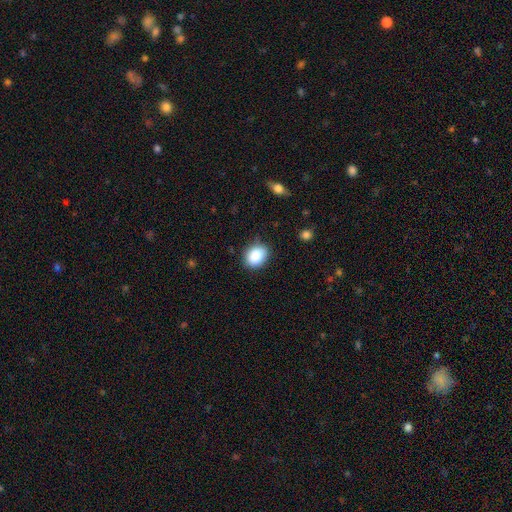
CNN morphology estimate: This appears to be a smooth galaxy with no disk features (88%) that is in between round and cigar-shaped (60%). Merging: none (81%).